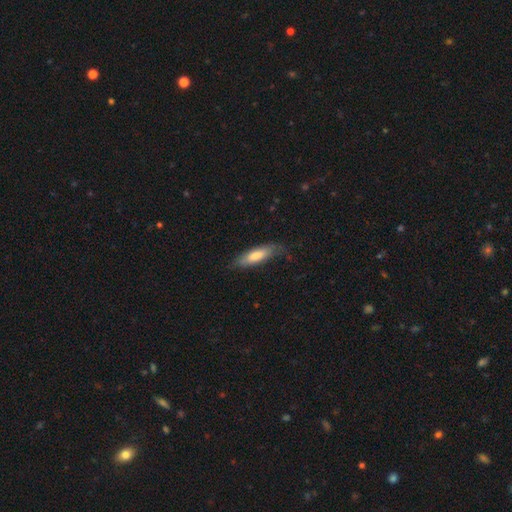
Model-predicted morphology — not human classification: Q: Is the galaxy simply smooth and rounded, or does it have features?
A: smooth — 69%.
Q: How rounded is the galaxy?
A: cigar-shaped — 57%.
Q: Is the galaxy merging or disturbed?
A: none — 70%.